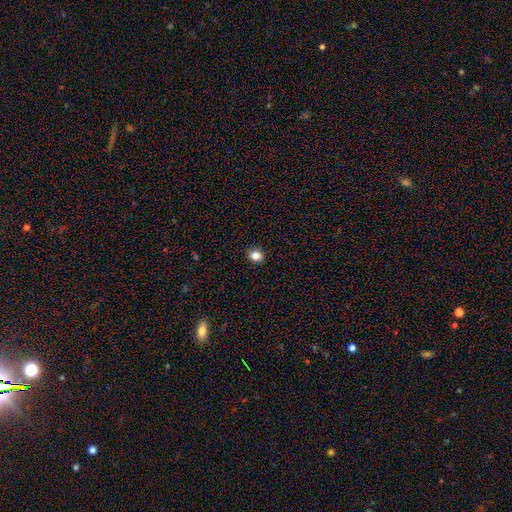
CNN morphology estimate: A smooth galaxy with no disk features (82%) that is round (69%). Merging: none (91%).